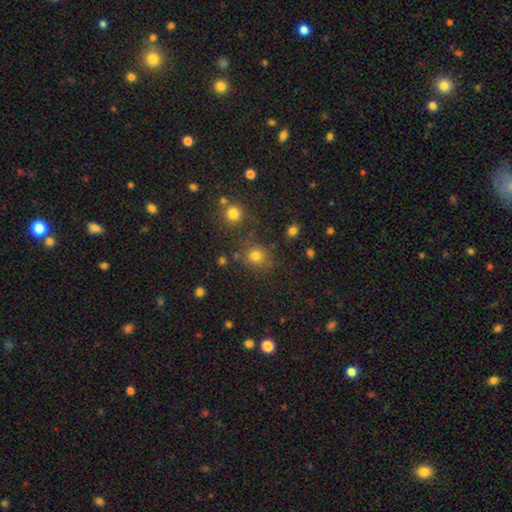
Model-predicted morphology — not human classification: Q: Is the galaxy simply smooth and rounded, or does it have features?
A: smooth — 74%.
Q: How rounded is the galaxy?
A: round — 83%.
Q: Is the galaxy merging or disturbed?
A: none — 74%.